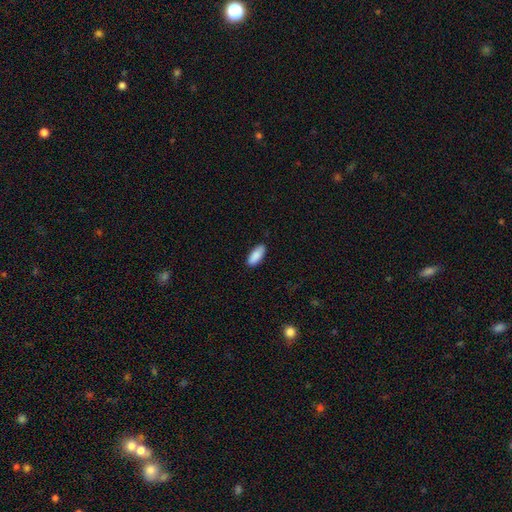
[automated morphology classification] smooth-or-featured: smooth: 90% | star or artifact: 6% | featured or disk: 4%
  how-rounded: in between: 84% | cigar-shaped: 15% | round: 2%
  merging: none: 88% | minor disturbance: 9% | major disturbance: 2% | merger: 1%